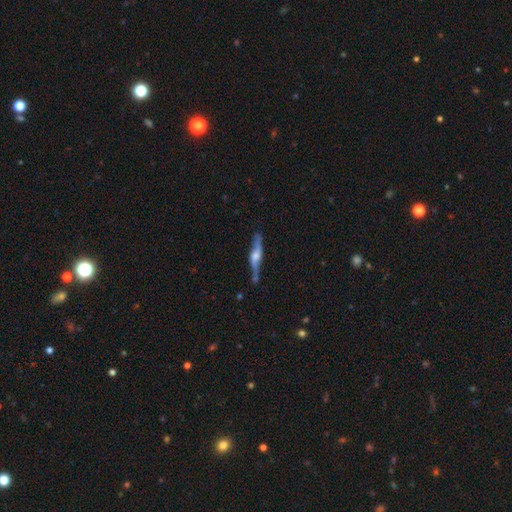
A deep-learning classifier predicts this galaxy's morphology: This appears to be a featured or disk galaxy (73%) viewed edge-on (93%) with a rounded central bulge (85%). Merging: none (72%).